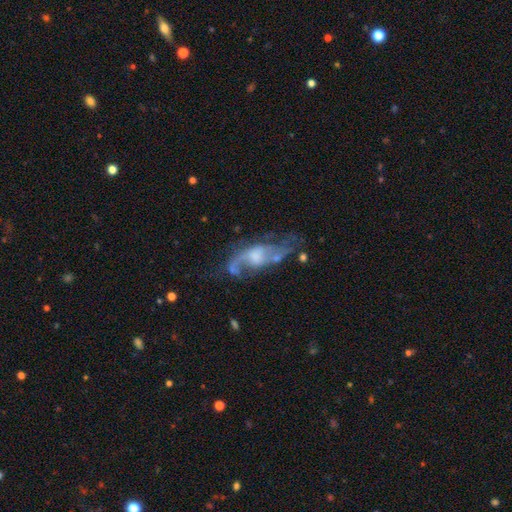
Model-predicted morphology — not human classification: featured or disk 79%, smooth 13%, star or artifact 8%. Down the decision tree: edge-on disk — no (88%); bar — no (55%); spiral arms — yes (85%); spiral arm count — 2 (69%); spiral winding — loose (52%); bulge size — moderate (41%); merging — none (49%).